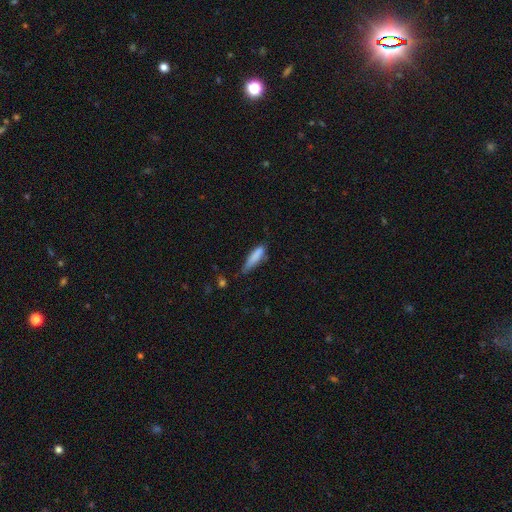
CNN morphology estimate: Overall: smooth (83%). How rounded: cigar-shaped (72%). Merging: none (50%; minor disturbance 37%).